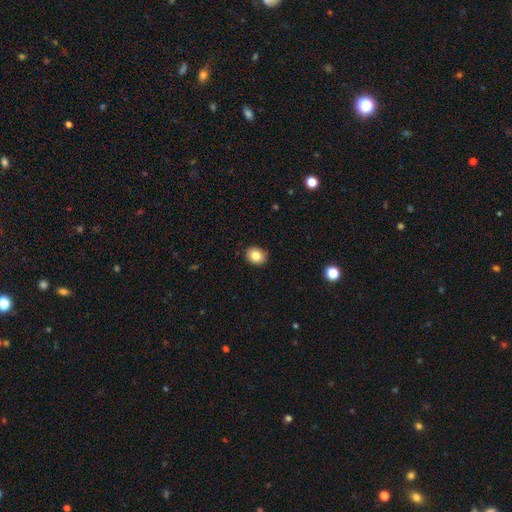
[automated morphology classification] Smooth or featured? Predicted: smooth (p=0.83). How rounded? Predicted: round (p=0.54). Merging? Predicted: none (p=0.90).